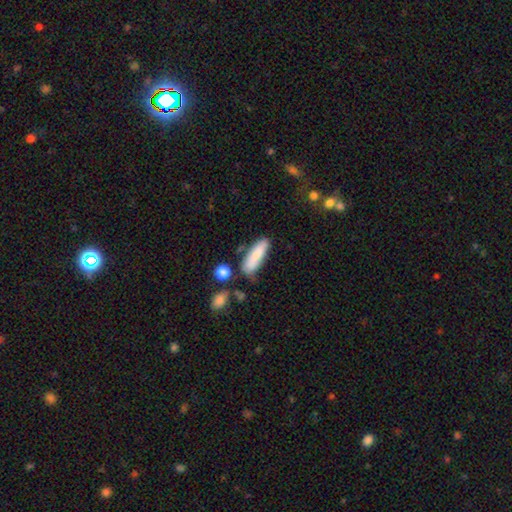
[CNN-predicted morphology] smooth 81%, featured or disk 12%, star or artifact 7%. Down the decision tree: how rounded — cigar-shaped (54%); merging — none (63%).